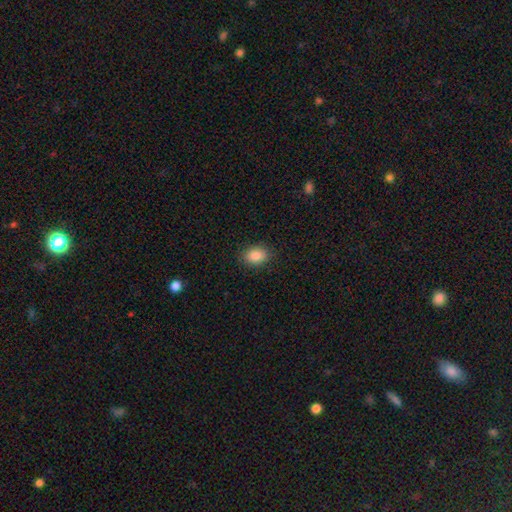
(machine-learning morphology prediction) Smooth or featured: smooth — 88% (star or artifact — 8%)
How rounded: in between — 74% (round — 25%)
Merging: none — 88% (minor disturbance — 8%)